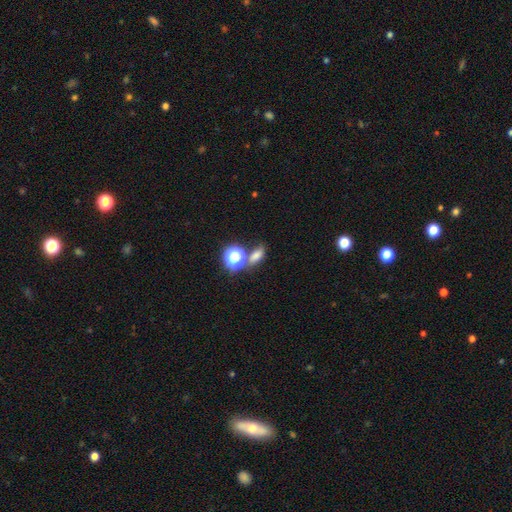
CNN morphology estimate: Smooth or featured: smooth — 71% (star or artifact — 19%)
How rounded: in between — 71% (round — 23%)
Merging: none — 62% (merger — 19%)